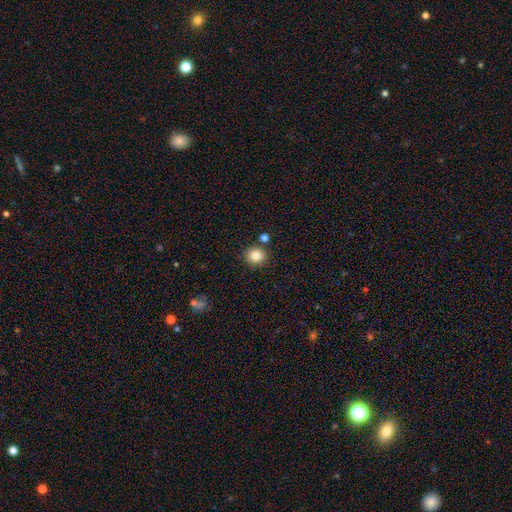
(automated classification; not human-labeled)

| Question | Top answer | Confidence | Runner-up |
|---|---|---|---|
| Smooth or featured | smooth | 83% | star or artifact (11%) |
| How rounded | round | 89% | in between (10%) |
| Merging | none | 83% | minor disturbance (8%) |